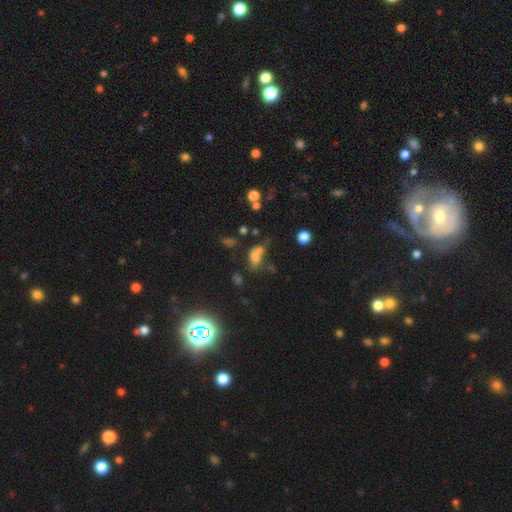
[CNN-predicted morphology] A smooth galaxy with no disk features (62%) that is in between round and cigar-shaped (77%).

Vote fractions:
- Smooth or featured? smooth: 62% / star or artifact: 21% / featured or disk: 17%
- How rounded? in between: 77% / round: 18% / cigar-shaped: 5%
- Merging? none: 33% / merger: 31% / minor disturbance: 19% / major disturbance: 17%